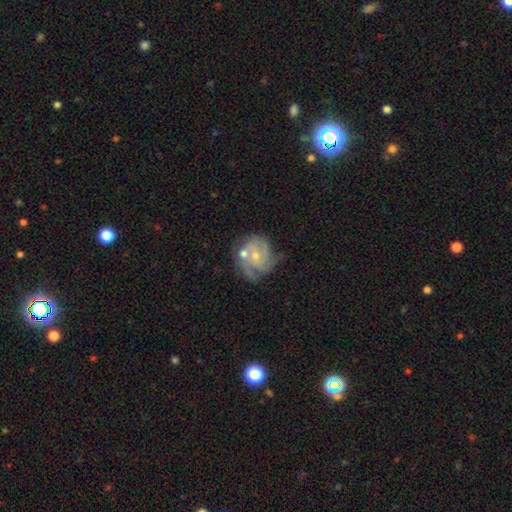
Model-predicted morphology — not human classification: Q: Smooth or featured?
A: featured or disk (78%); runner-up: smooth (16%)
Q: Edge-on disk?
A: no (98%); runner-up: yes (2%)
Q: Bar?
A: no (70%); runner-up: weak (26%)
Q: Spiral arms?
A: yes (92%); runner-up: no (8%)
Q: Spiral winding?
A: tight (55%); runner-up: medium (36%)
Q: Spiral arm count?
A: 3 (39%); runner-up: can't tell (22%)
Q: Bulge size?
A: small (56%); runner-up: moderate (39%)
Q: Merging?
A: none (51%); runner-up: minor disturbance (21%)